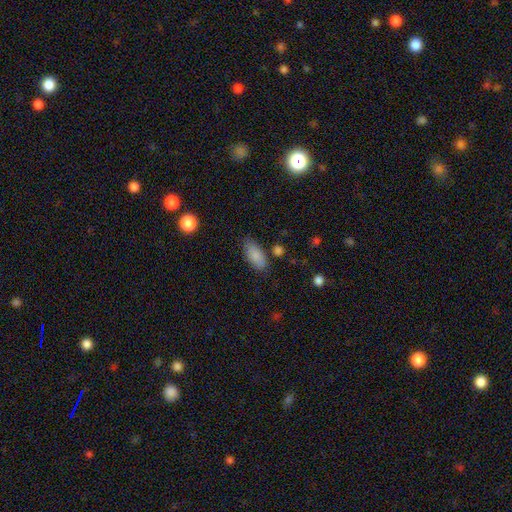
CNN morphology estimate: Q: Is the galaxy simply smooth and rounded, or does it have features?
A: smooth — 87%.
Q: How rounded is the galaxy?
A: in between — 87%.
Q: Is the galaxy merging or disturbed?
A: none — 77%.